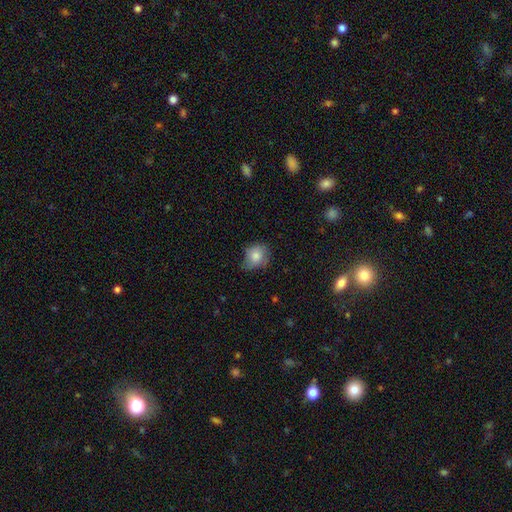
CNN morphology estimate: The model was most divided on "merging": none: 53%, minor disturbance: 36%, major disturbance: 10%, merger: 1%. More confident: smooth or featured — smooth (78%); how rounded — round (59%).